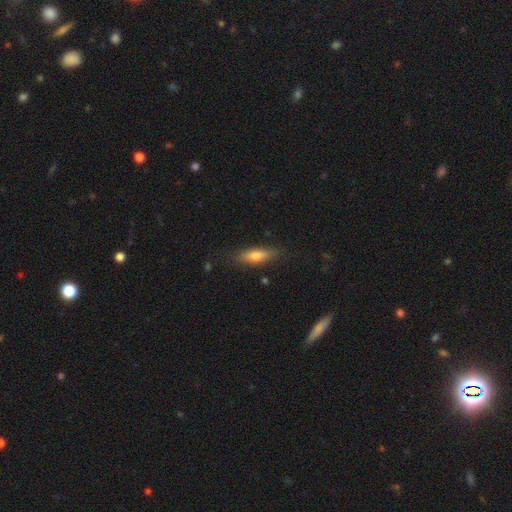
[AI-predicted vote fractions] A smooth galaxy with no disk features (67%) that is cigar-shaped (56%). Merging: none (81%).